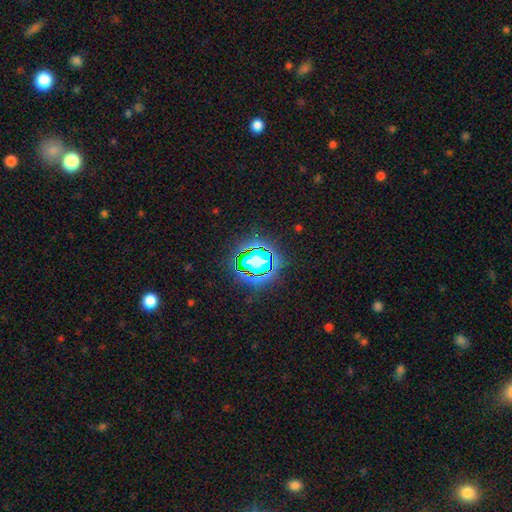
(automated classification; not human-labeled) Smooth or featured? star or artifact (62%)